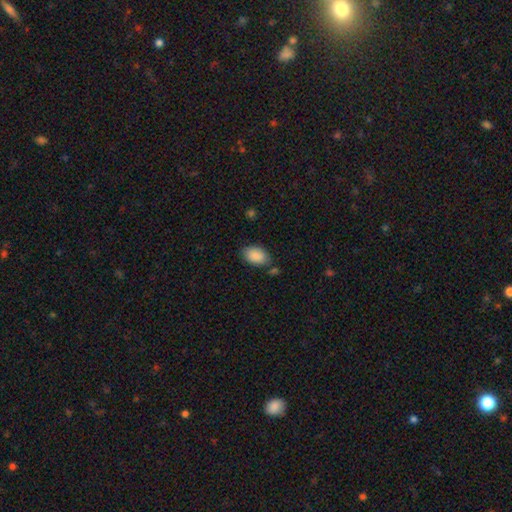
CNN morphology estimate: Smooth or featured? smooth (89%)
How rounded? in between (91%)
Merging? none (77%)